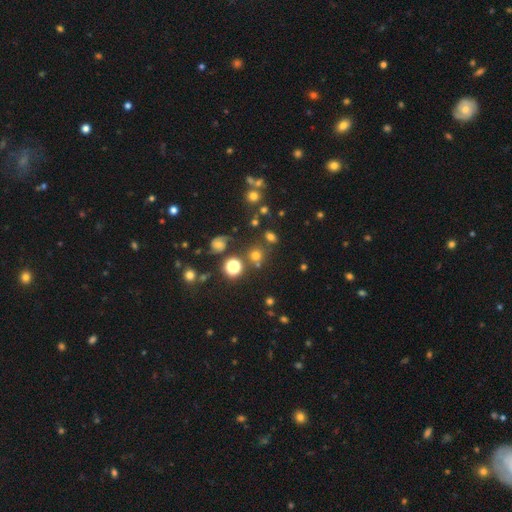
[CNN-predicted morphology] Smooth or featured: smooth — 65% (star or artifact — 24%)
How rounded: round — 88% (in between — 11%)
Merging: none — 75% (merger — 10%)